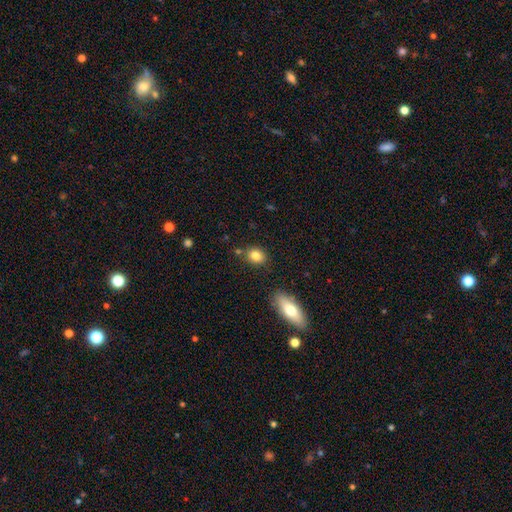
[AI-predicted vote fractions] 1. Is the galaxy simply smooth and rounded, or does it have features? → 83% smooth, 9% star or artifact, 8% featured or disk.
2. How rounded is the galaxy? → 50% round, 48% in between, 2% cigar-shaped.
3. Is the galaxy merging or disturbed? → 80% none, 11% minor disturbance, 6% merger, 3% major disturbance.